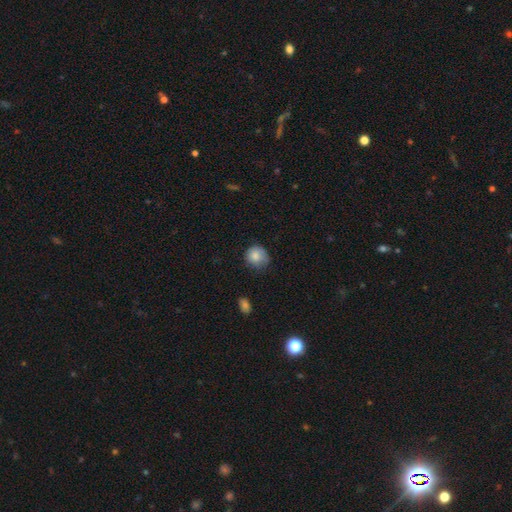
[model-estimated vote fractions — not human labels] The model was most divided on "merging": none: 61%, minor disturbance: 30%, major disturbance: 7%, merger: 2%. More confident: how rounded — round (85%); smooth or featured — smooth (83%).